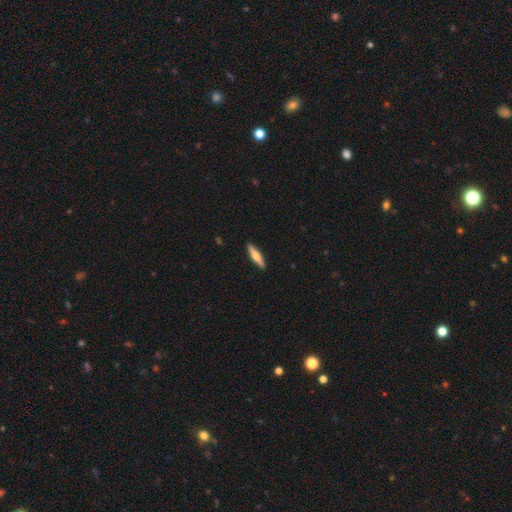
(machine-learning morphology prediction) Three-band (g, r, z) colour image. It shows a smooth galaxy with no disk features (49%). Merging: none (91%).